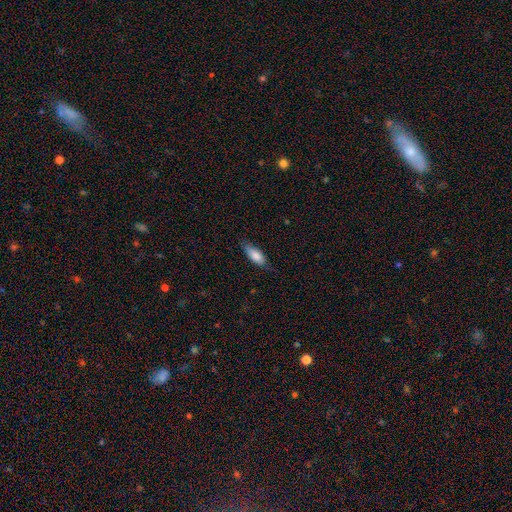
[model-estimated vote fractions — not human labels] This is clearly a smooth galaxy (81%). How rounded: likely in between (73%). Merging: likely none (71%).